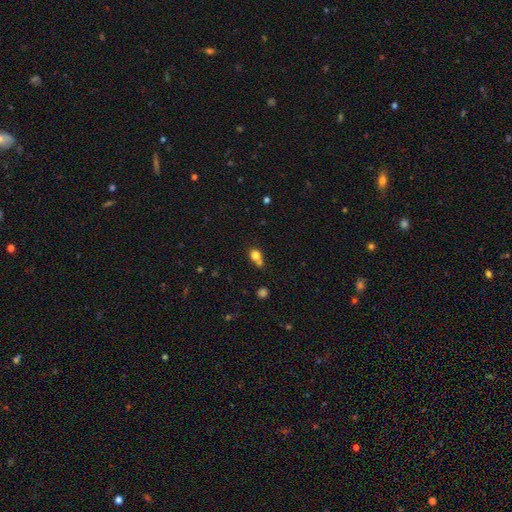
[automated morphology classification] Smooth or featured: smooth — 78% (star or artifact — 12%)
How rounded: round — 61% (in between — 37%)
Merging: merger — 44% (none — 40%)